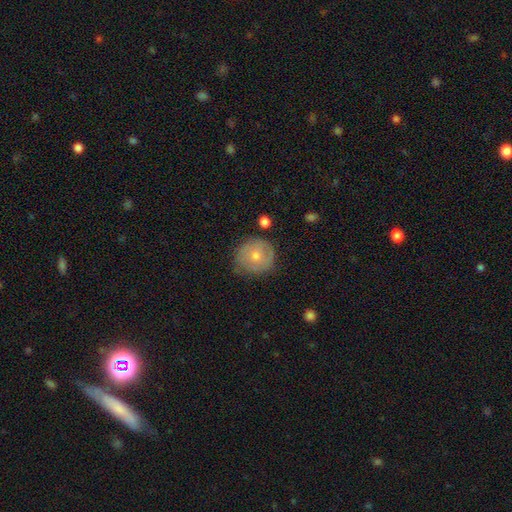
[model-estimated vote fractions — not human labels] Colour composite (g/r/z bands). It shows a smooth galaxy with no disk features (56%) that is round (89%). Merging: none (73%).